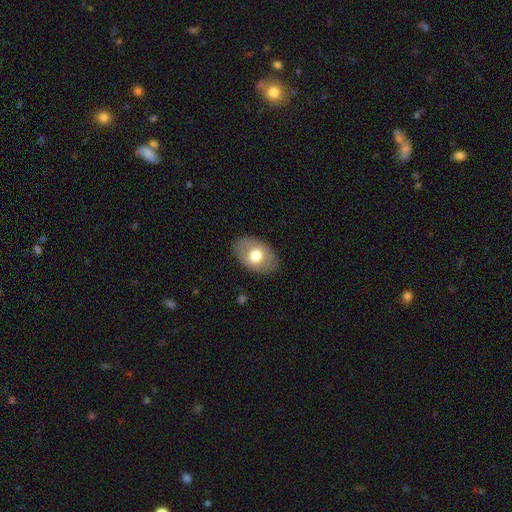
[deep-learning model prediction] A smooth galaxy with no disk features (67%) that is in between round and cigar-shaped (85%). Merging: none (83%).